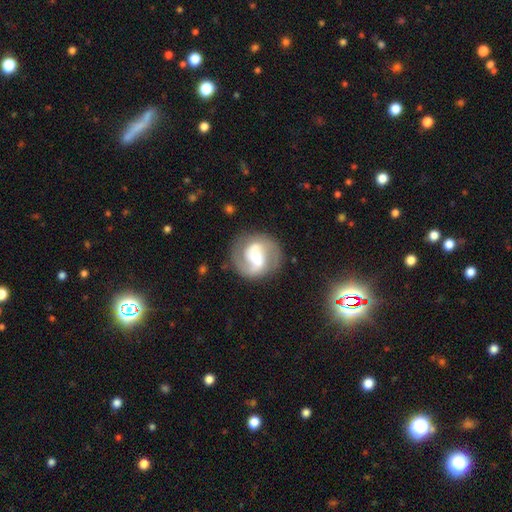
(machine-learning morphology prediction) Overall: featured or disk (81%). Edge-on disk: no (98%). Bar: weak (42%; no 29%). Spiral arms: yes (93%). Spiral arm count: 2 (87%). Spiral winding: medium (51%; tight 29%). Bulge size: moderate (48%; small 38%). Merging: none (79%).